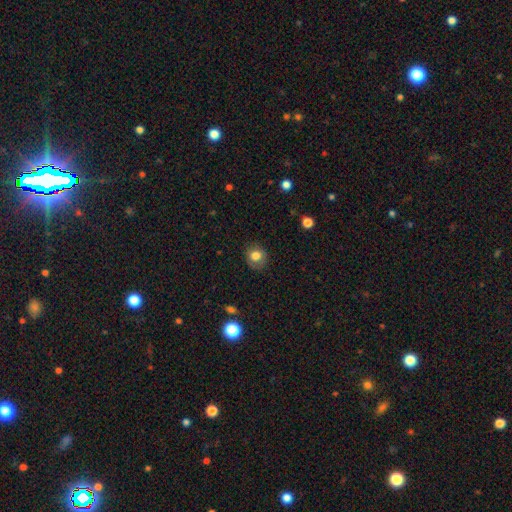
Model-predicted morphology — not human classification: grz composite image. It shows a smooth galaxy with no disk features (79%) that is round (78%). Merging: none (82%).